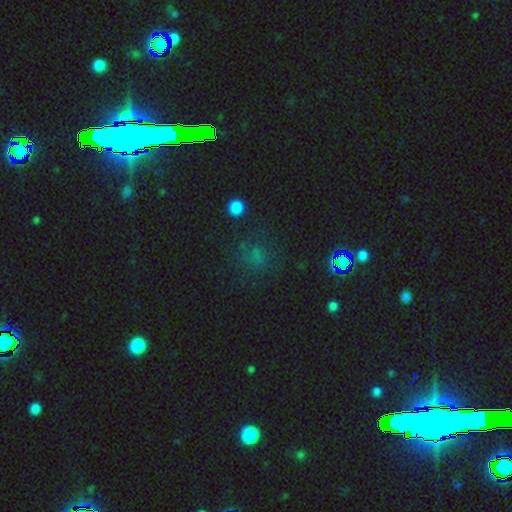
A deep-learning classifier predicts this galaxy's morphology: This appears to be a smooth galaxy with no disk features (49%). Merging: none (73%).